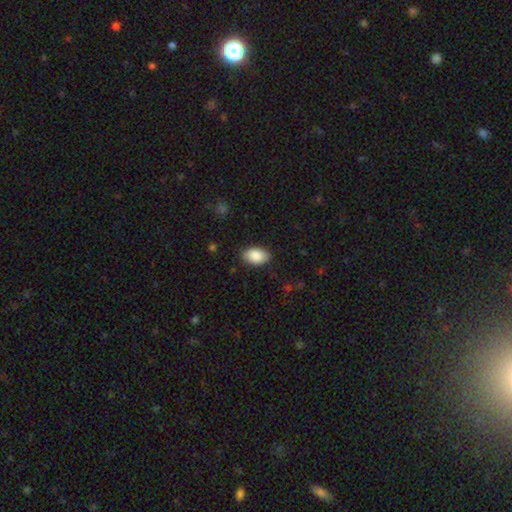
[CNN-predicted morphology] Smooth or featured? smooth (89%)
How rounded? in between (91%)
Merging? none (86%)